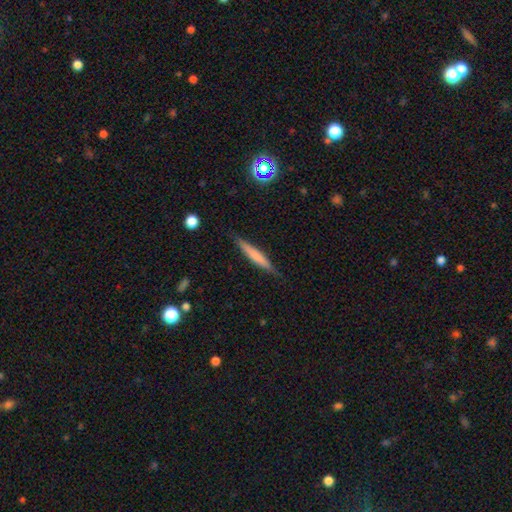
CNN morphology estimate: type=smooth (61%); roundness=cigar-shaped (94%); merging=none (86%).